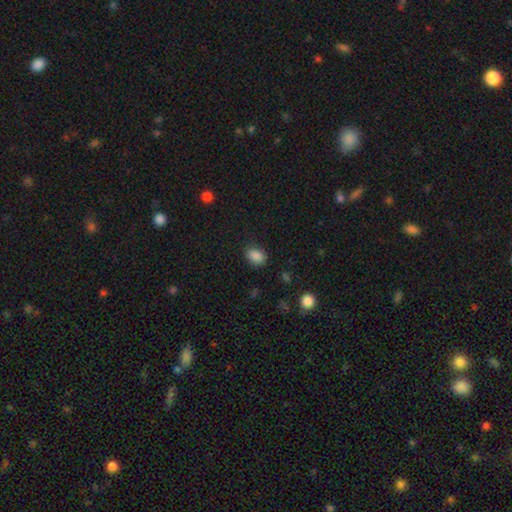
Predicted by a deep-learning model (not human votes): smooth 87%, star or artifact 10%, featured or disk 4%. Down the decision tree: how rounded — in between (75%); merging — none (82%).